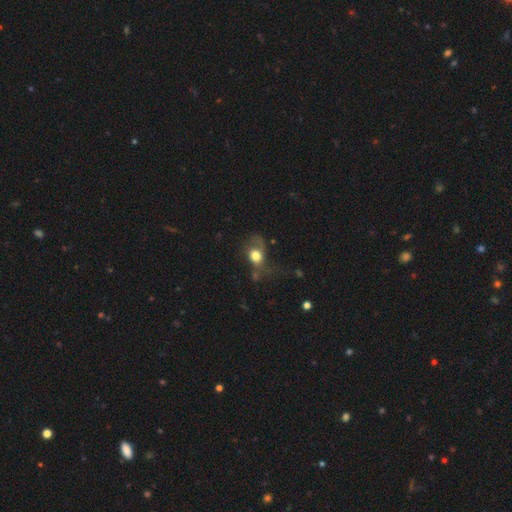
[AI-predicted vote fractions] Q: Smooth or featured?
A: smooth (64%); runner-up: featured or disk (25%)
Q: How rounded?
A: in between (50%); runner-up: round (48%)
Q: Merging?
A: major disturbance (40%); runner-up: none (32%)